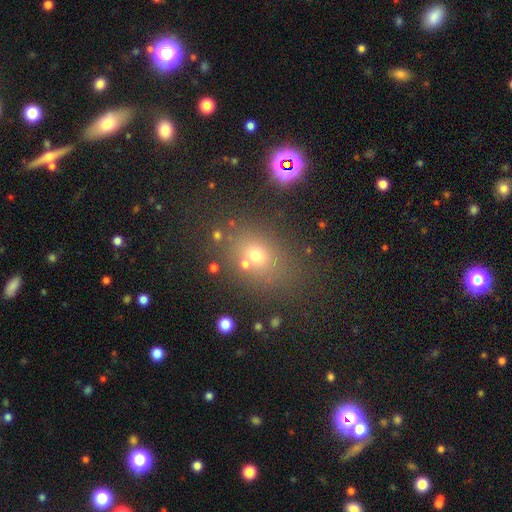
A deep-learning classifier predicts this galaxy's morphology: This appears to be a smooth galaxy with no disk features (65%) that is in between round and cigar-shaped (54%). Merging: none (71%).